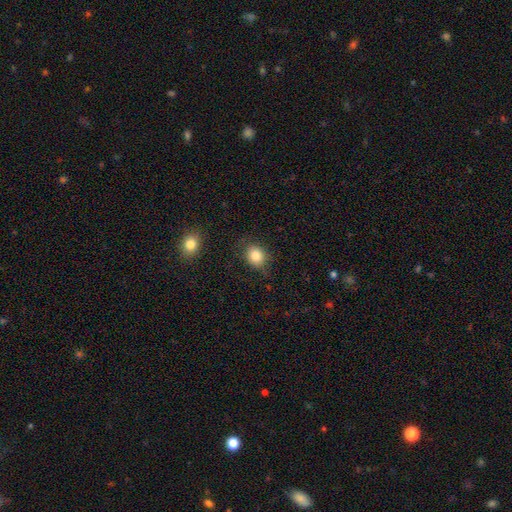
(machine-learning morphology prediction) Overall: smooth (83%). How rounded: round (56%; in between 43%). Merging: none (80%).